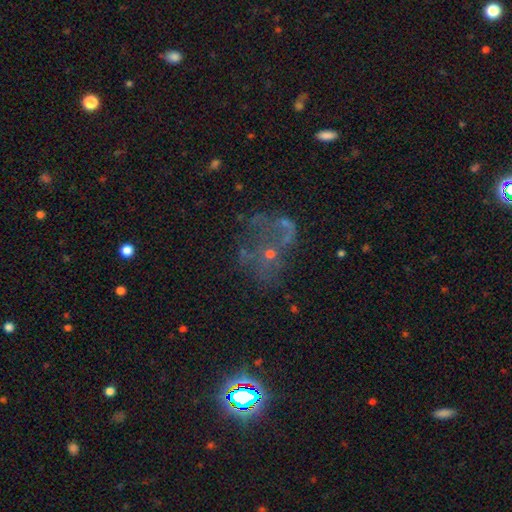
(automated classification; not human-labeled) Smooth or featured? Predicted: featured or disk (p=0.40). Merging? Predicted: none (p=0.39).